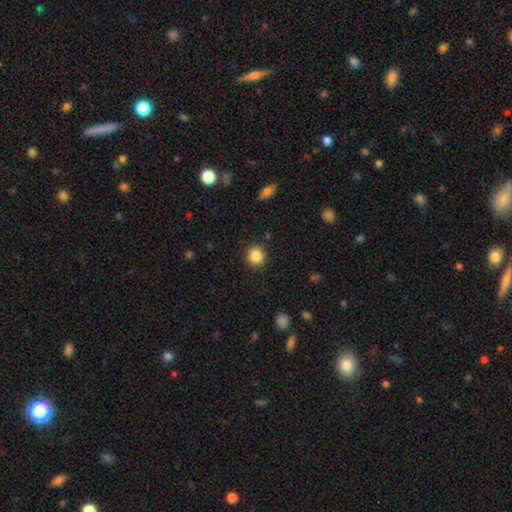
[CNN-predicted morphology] Smooth or featured: smooth — 86% (star or artifact — 10%)
How rounded: round — 87% (in between — 13%)
Merging: none — 90% (minor disturbance — 7%)